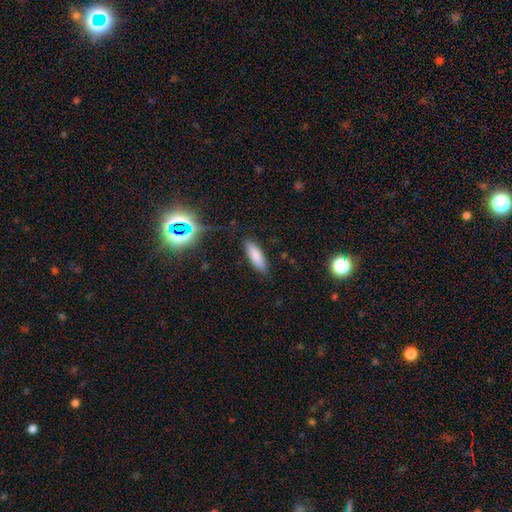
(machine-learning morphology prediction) Smooth or featured? smooth (83%)
How rounded? cigar-shaped (49%, tied with in between)
Merging? none (86%)